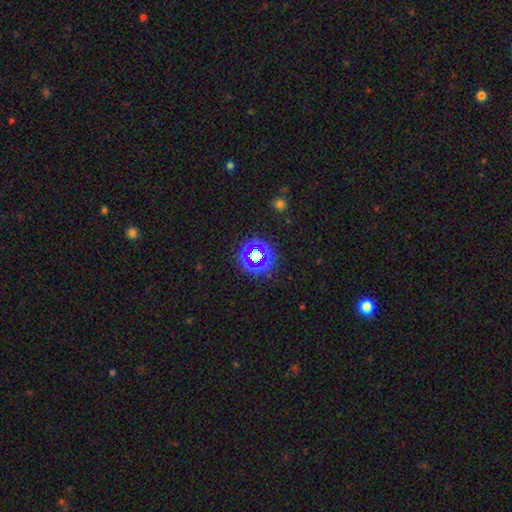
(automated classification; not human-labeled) Smooth or featured? Predicted: star or artifact (p=0.59).